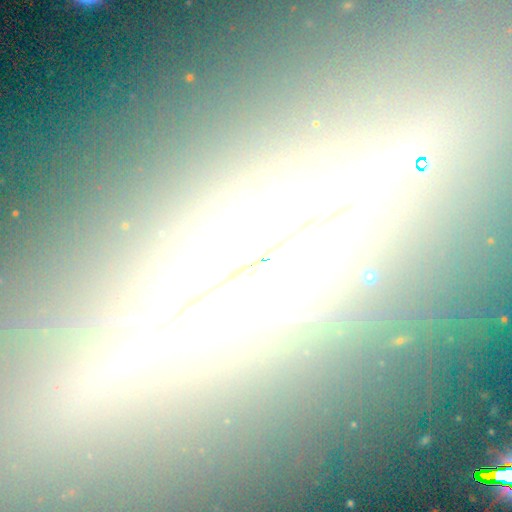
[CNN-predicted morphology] Smooth or featured? Predicted: featured or disk (p=0.64). Edge-on disk? Predicted: yes (p=0.84). Edge-on bulge? Predicted: rounded (p=0.66). Merging? Predicted: none (p=0.85).